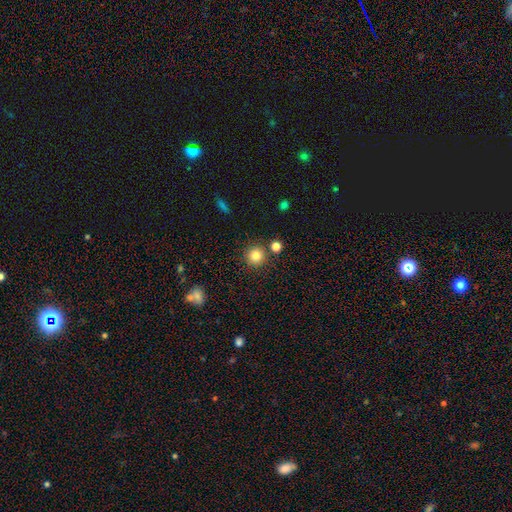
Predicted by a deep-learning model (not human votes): Q: Smooth or featured?
A: smooth (82%); runner-up: star or artifact (12%)
Q: How rounded?
A: round (94%); runner-up: in between (5%)
Q: Merging?
A: none (85%); runner-up: minor disturbance (7%)